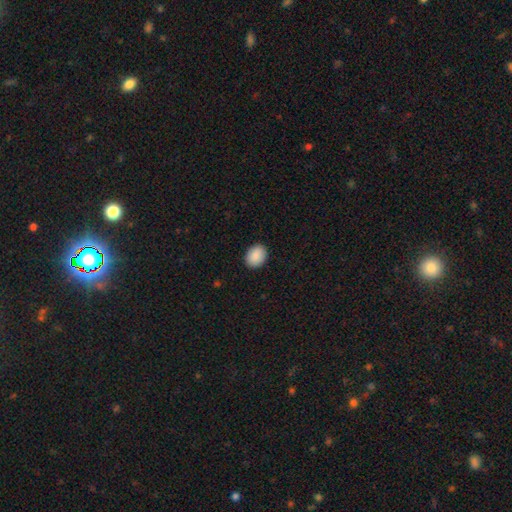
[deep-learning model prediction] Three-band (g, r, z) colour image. It shows a smooth galaxy with no disk features (90%) that is in between round and cigar-shaped (62%). Merging: none (90%).